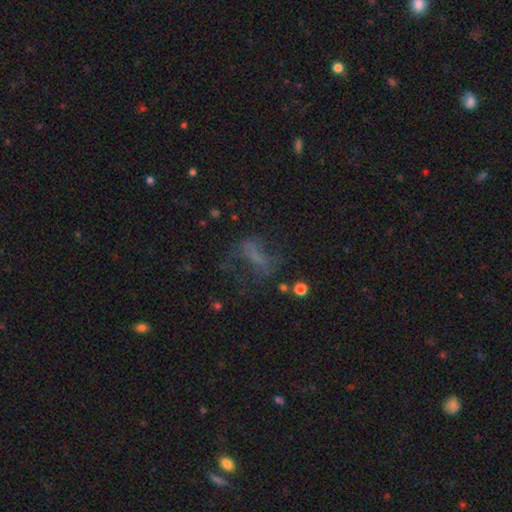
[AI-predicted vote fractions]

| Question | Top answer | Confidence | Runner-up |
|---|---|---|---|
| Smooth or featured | smooth | 39% | featured or disk (34%) |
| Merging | none | 41% | major disturbance (36%) |